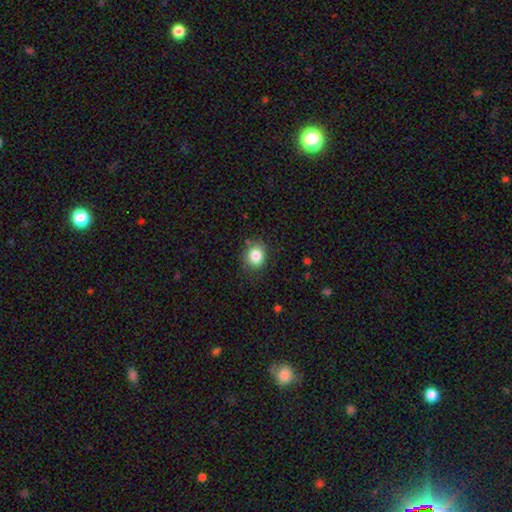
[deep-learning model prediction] The model was most divided on "how rounded": round: 69%, in between: 30%, cigar-shaped: 1%. More confident: smooth or featured — smooth (83%); merging — none (81%).